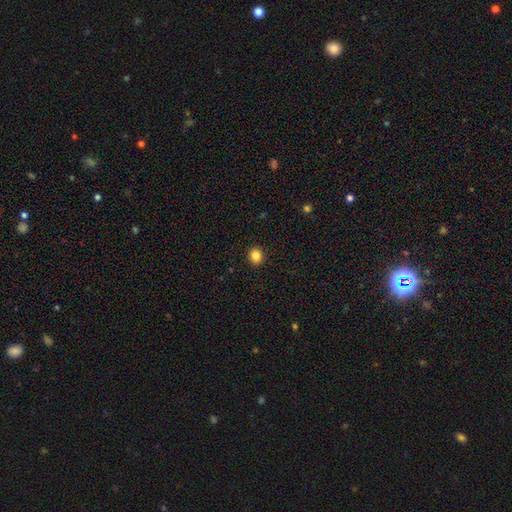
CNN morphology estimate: A smooth galaxy with no disk features (84%) that is round (74%). Merging: none (92%).